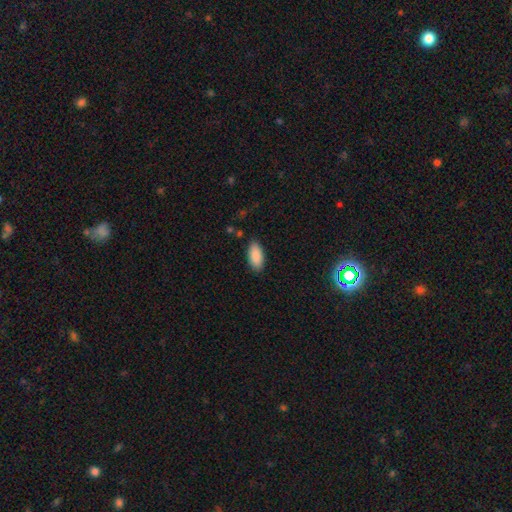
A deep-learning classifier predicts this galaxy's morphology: Overall: smooth (90%). How rounded: in between (91%). Merging: none (87%).